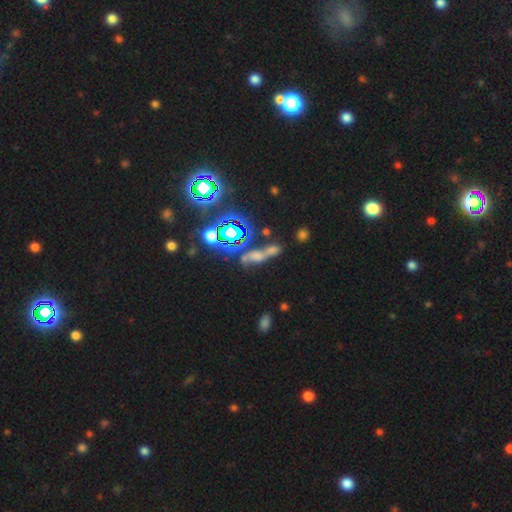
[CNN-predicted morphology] Q: Smooth or featured?
A: star or artifact (38%); tied with: smooth (38%)